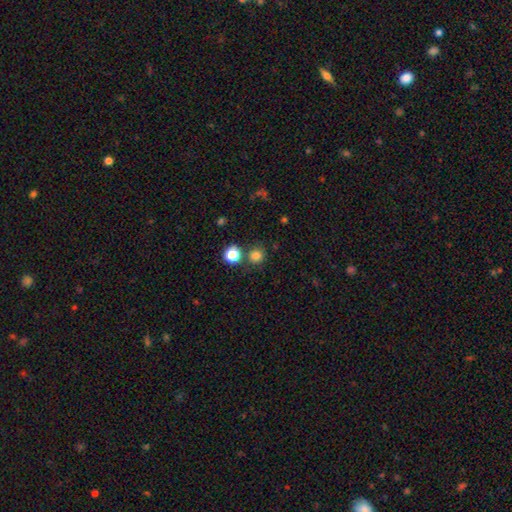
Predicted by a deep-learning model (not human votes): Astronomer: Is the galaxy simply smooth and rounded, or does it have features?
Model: smooth — 79%.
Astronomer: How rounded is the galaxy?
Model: round — 92%.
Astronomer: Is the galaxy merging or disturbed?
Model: none — 78%.